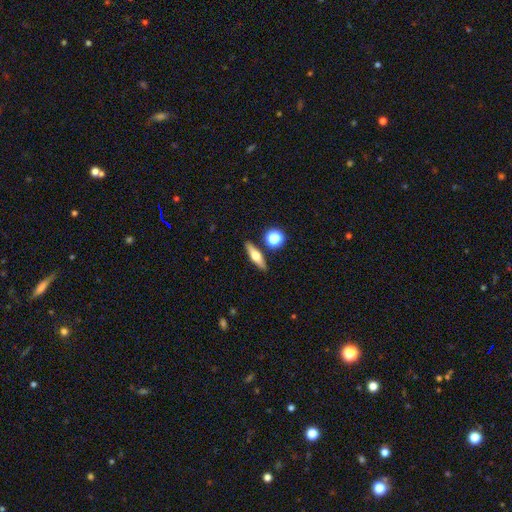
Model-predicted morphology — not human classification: featured or disk 48%, smooth 44%, star or artifact 8%. Down the decision tree: merging — none (85%).